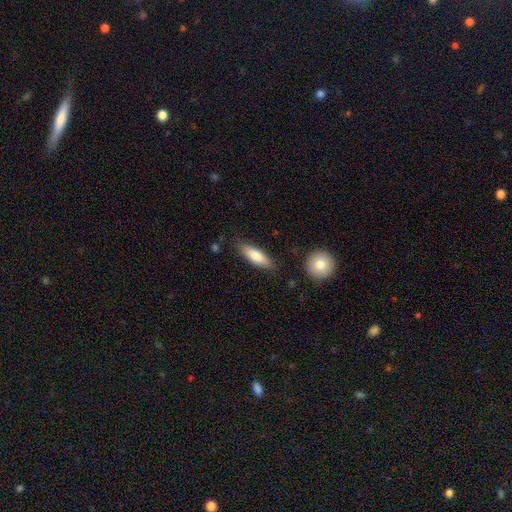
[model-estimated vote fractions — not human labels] smooth_or_featured: smooth (p=0.79) [alt: featured or disk p=0.15]
how_rounded: in between (p=0.56) [alt: cigar-shaped p=0.42]
merging: none (p=0.81) [alt: minor disturbance p=0.14]